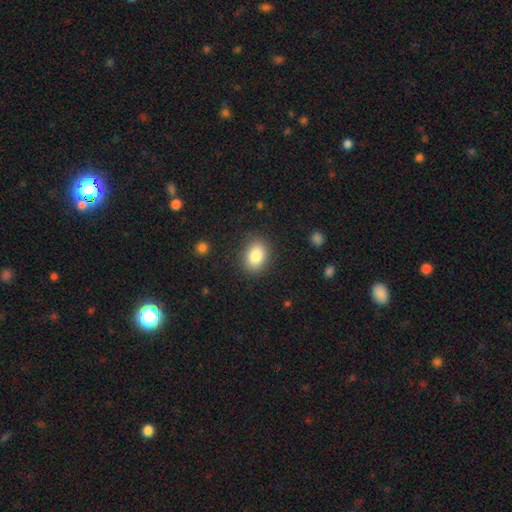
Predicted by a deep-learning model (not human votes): Smooth or featured?
  - smooth: 84% *
  - star or artifact: 8%
  - featured or disk: 8%
How rounded?
  - in between: 74% *
  - round: 25%
  - cigar-shaped: 1%
Merging?
  - none: 86% *
  - minor disturbance: 10%
  - major disturbance: 3%
  - merger: 1%